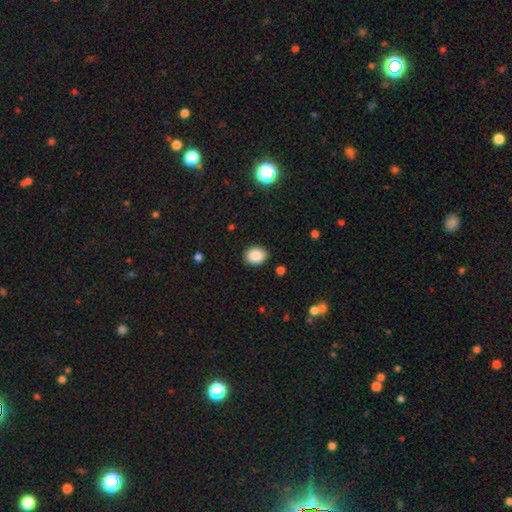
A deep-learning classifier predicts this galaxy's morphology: Smooth or featured: smooth — 88% (star or artifact — 9%)
How rounded: round — 58% (in between — 41%)
Merging: none — 88% (minor disturbance — 9%)